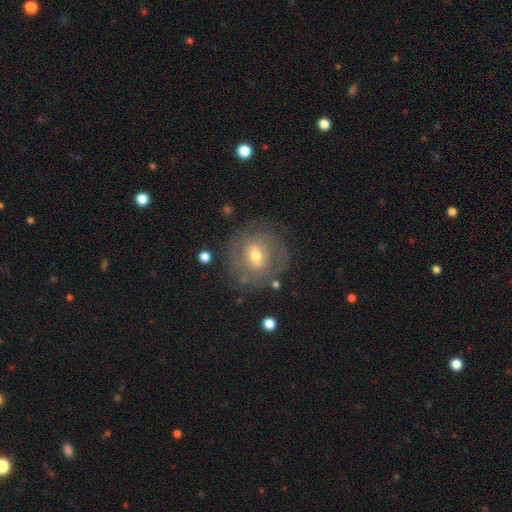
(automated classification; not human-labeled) Smooth or featured? featured or disk (67%)
Edge-on disk? no (96%)
Bar? weak (53%)
Spiral arms? yes (69%)
Bulge size? moderate (70%)
Merging? none (74%)